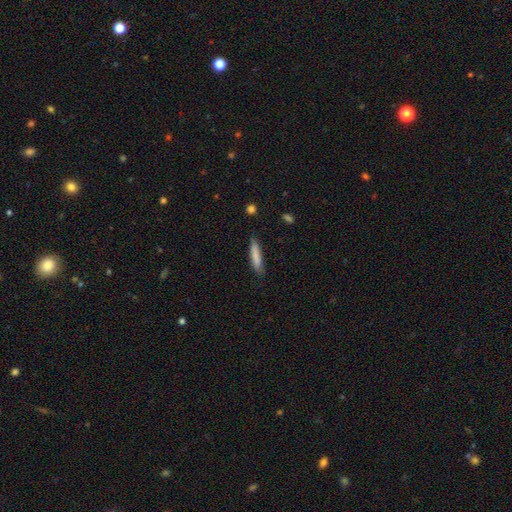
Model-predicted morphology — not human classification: Q: Smooth or featured?
A: smooth (82%); runner-up: featured or disk (12%)
Q: How rounded?
A: cigar-shaped (87%); runner-up: in between (12%)
Q: Merging?
A: none (83%); runner-up: minor disturbance (13%)